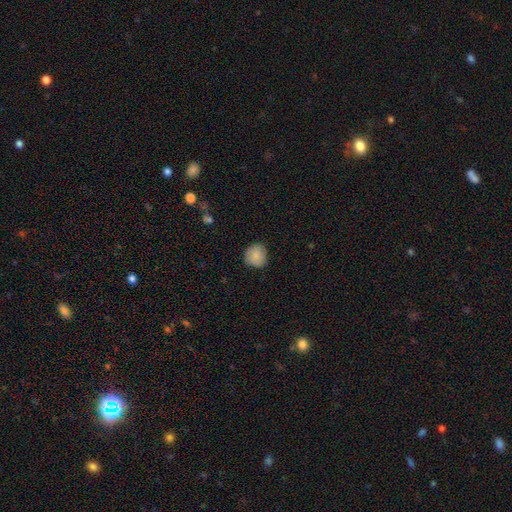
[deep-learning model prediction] A smooth galaxy with no disk features (85%) that is round (85%). Merging: none (78%).